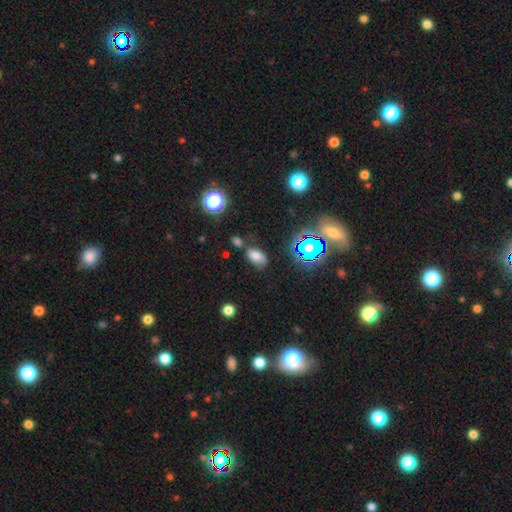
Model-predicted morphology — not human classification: smooth-or-featured: smooth: 68% | star or artifact: 19% | featured or disk: 13%
  how-rounded: in between: 84% | round: 14% | cigar-shaped: 2%
  merging: none: 59% | minor disturbance: 21% | merger: 12% | major disturbance: 8%